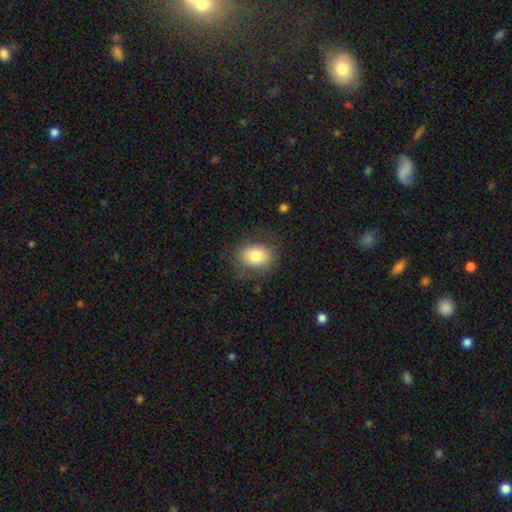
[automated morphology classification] smooth_or_featured: smooth (p=0.78) [alt: featured or disk p=0.14]
how_rounded: in between (p=0.62) [alt: round p=0.37]
merging: none (p=0.76) [alt: minor disturbance p=0.16]